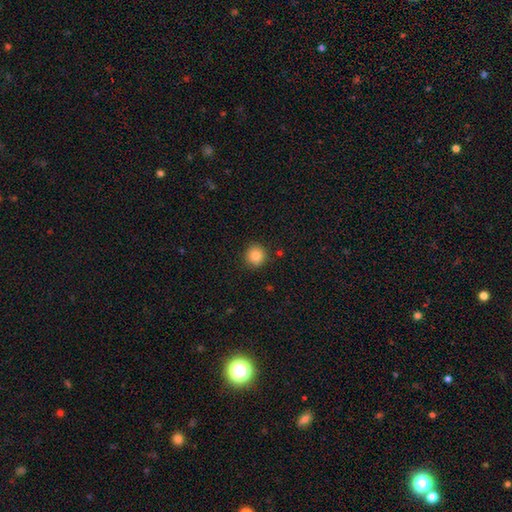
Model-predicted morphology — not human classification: type=smooth (86%); roundness=round (92%); merging=none (89%).